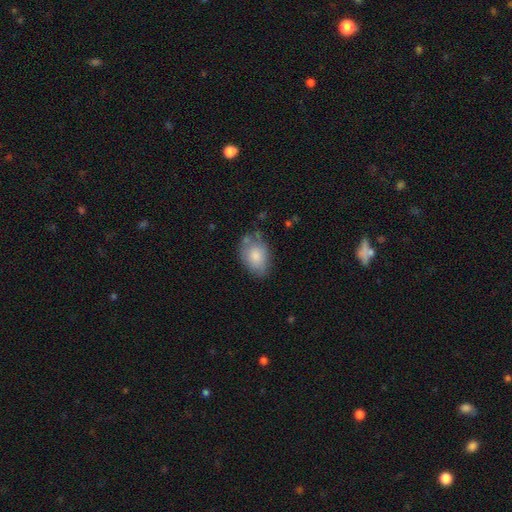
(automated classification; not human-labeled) The model was most divided on "merging": none: 59%, minor disturbance: 28%, major disturbance: 7%, merger: 5%. More confident: how rounded — in between (83%); smooth or featured — smooth (79%).